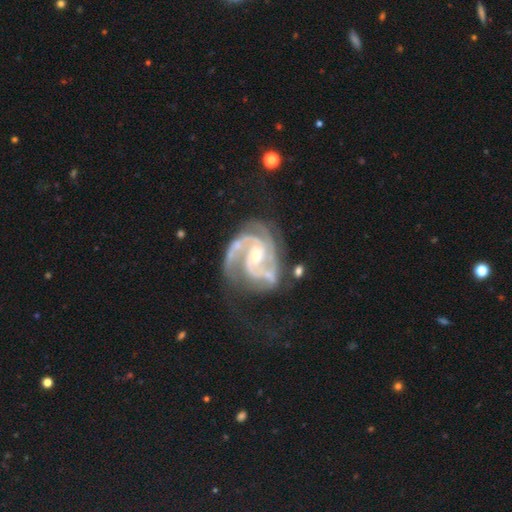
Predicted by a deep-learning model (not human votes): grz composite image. It shows a featured or disk galaxy (93%) with no bar (46%), 2 (52%) tight (48%) spiral arms (98%) and a small central bulge (54%). Merging: none (52%).